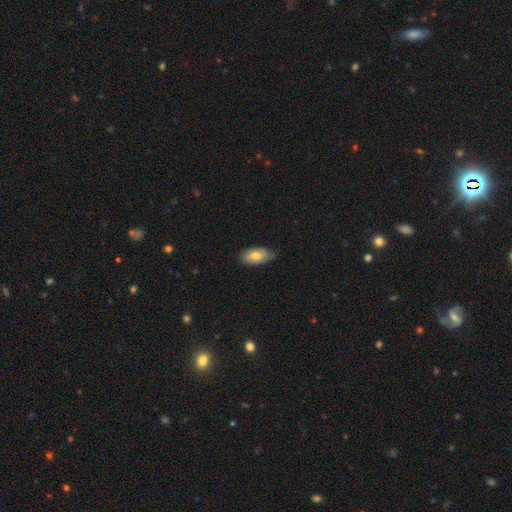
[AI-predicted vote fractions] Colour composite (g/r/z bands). It shows a smooth galaxy with no disk features (58%) that is in between round and cigar-shaped (93%). Merging: none (65%).